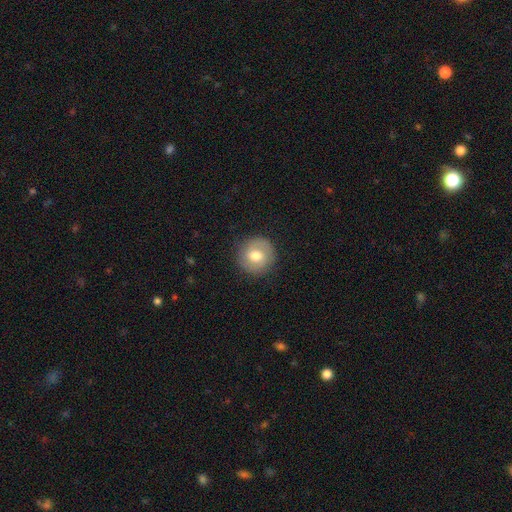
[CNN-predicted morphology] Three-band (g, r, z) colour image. It shows a smooth galaxy with no disk features (59%) that is round (93%). Merging: none (86%).